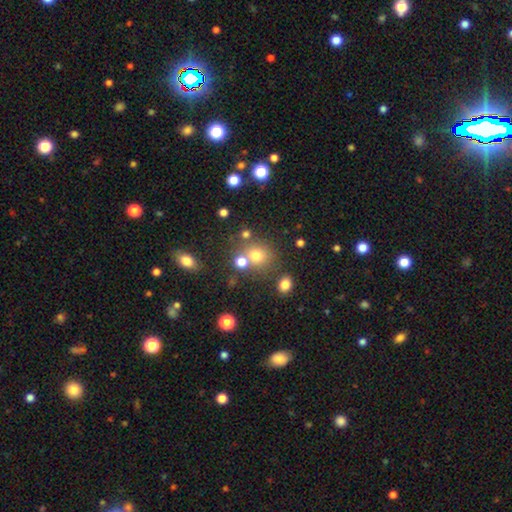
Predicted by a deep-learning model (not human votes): This appears to be a smooth galaxy with no disk features (71%) that is round (83%). Merging: none (65%).